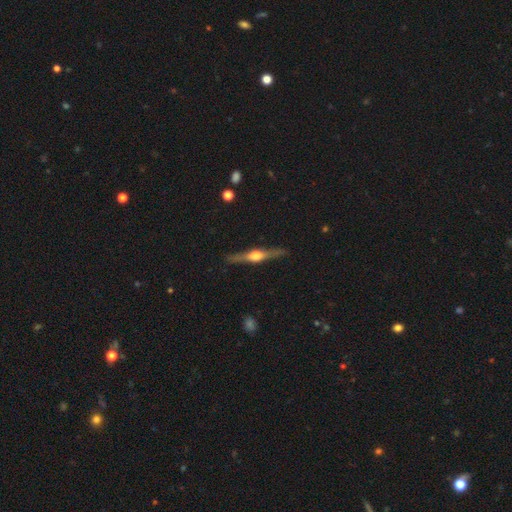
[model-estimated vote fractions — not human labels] smooth-or-featured: featured or disk: 78% | smooth: 17% | star or artifact: 5%
  disk-edge-on: yes: 98% | no: 2%
    edge-on-bulge: rounded: 92% | boxy: 6% | none: 2%
  merging: none: 89% | minor disturbance: 8% | major disturbance: 2% | merger: 1%